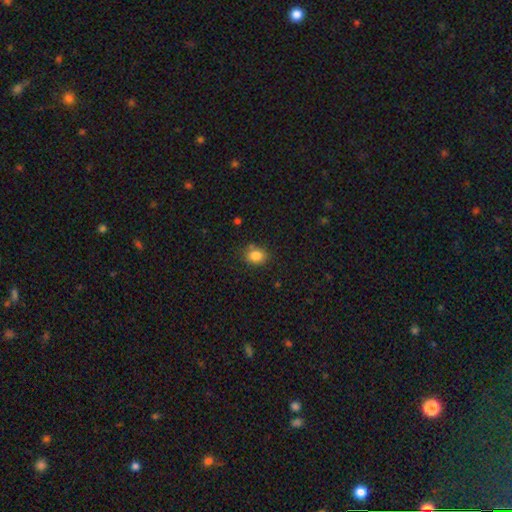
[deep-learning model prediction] This appears to be a smooth galaxy with no disk features (85%) that is round (52%). Merging: none (75%).